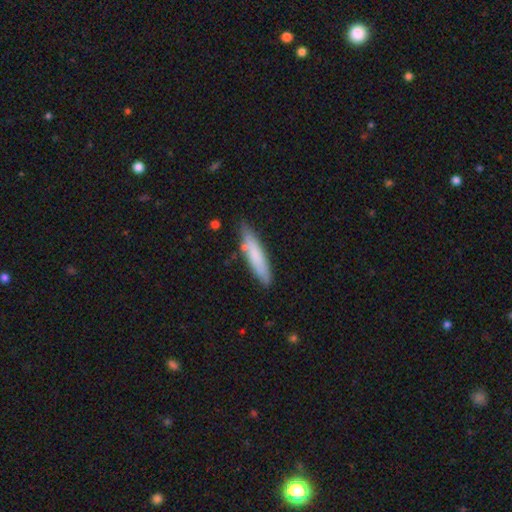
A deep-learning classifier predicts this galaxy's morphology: This appears to be a smooth galaxy with no disk features (74%) that is cigar-shaped (84%). Merging: none (78%).